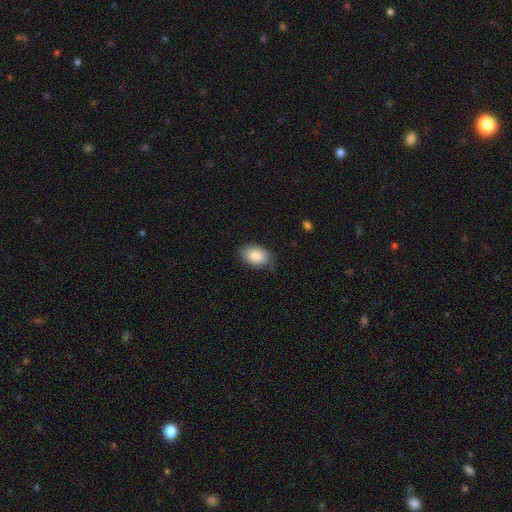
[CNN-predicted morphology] smooth-or-featured: smooth: 85% | featured or disk: 8% | star or artifact: 7%
  how-rounded: in between: 86% | round: 13% | cigar-shaped: 1%
  merging: none: 76% | minor disturbance: 19% | major disturbance: 3% | merger: 1%